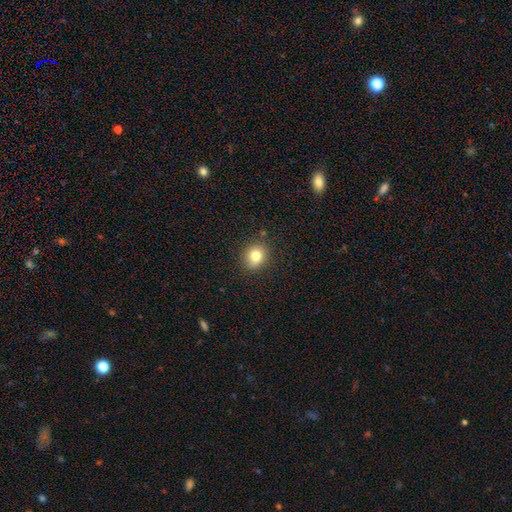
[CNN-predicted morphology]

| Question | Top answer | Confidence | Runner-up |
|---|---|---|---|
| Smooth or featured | smooth | 79% | star or artifact (11%) |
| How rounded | round | 67% | in between (32%) |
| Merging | none | 85% | minor disturbance (10%) |